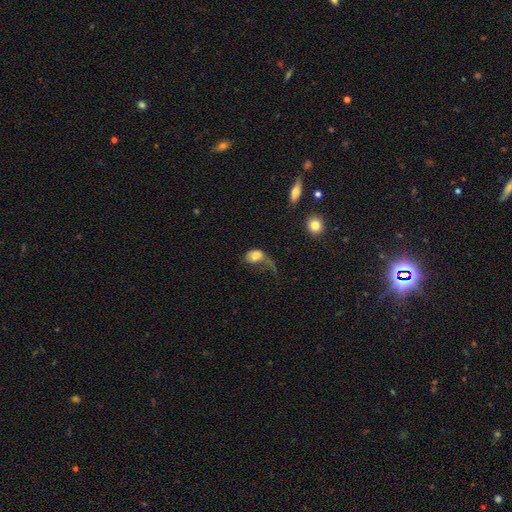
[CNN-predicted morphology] smooth_or_featured: smooth (p=0.60) [alt: featured or disk p=0.30]
how_rounded: in between (p=0.80) [alt: round p=0.18]
merging: major disturbance (p=0.63) [alt: none p=0.15]